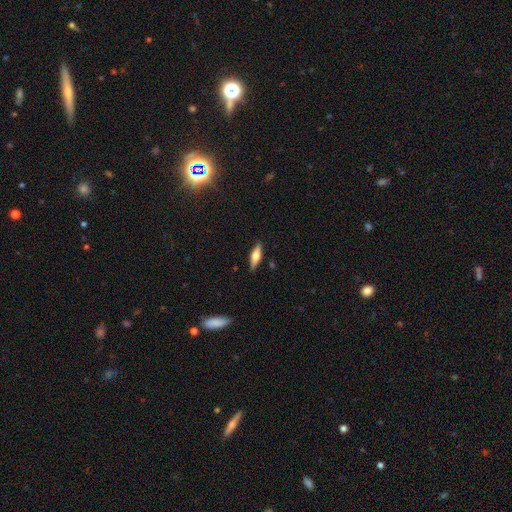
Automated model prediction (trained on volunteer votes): Q: Smooth or featured?
A: smooth (56%); runner-up: featured or disk (38%)
Q: How rounded?
A: cigar-shaped (52%); runner-up: in between (46%)
Q: Merging?
A: none (88%); runner-up: minor disturbance (9%)